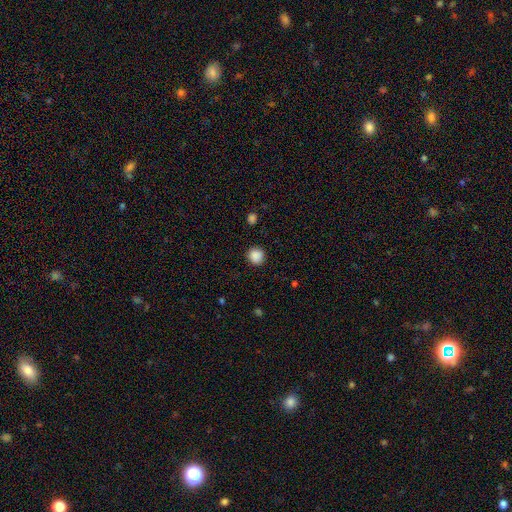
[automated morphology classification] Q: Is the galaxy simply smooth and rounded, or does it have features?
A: smooth — 88%.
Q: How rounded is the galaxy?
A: round — 91%.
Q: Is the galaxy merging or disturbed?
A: none — 90%.